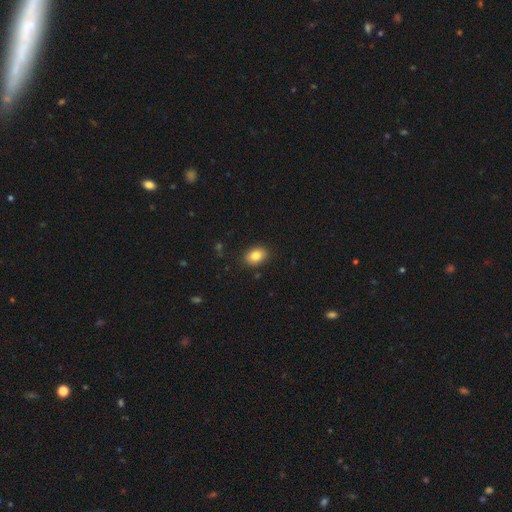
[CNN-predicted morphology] Smooth or featured? Predicted: smooth (p=0.83). How rounded? Predicted: in between (p=0.75). Merging? Predicted: none (p=0.88).